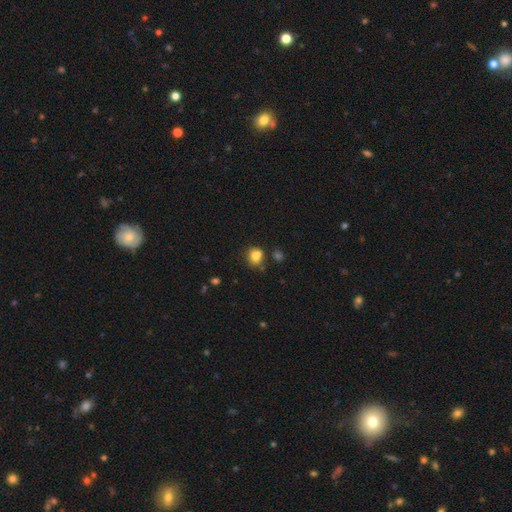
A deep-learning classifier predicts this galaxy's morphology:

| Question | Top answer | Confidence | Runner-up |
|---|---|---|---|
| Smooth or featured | smooth | 83% | star or artifact (11%) |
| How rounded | round | 68% | in between (31%) |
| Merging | none | 68% | minor disturbance (20%) |